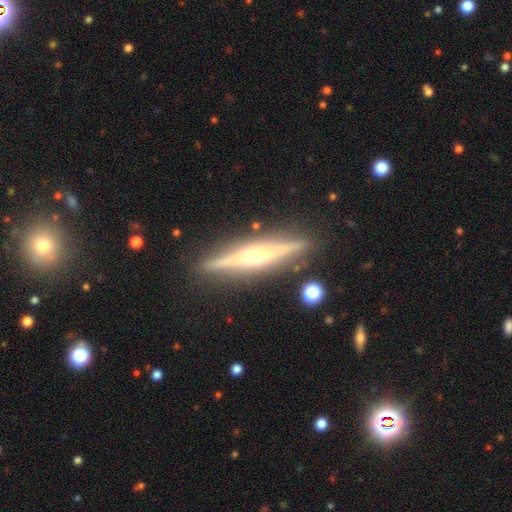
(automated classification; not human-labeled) The model was most divided on "smooth or featured": featured or disk: 79%, smooth: 15%, star or artifact: 6%. More confident: edge-on disk — yes (97%); merging — none (88%); edge-on bulge — rounded (84%).